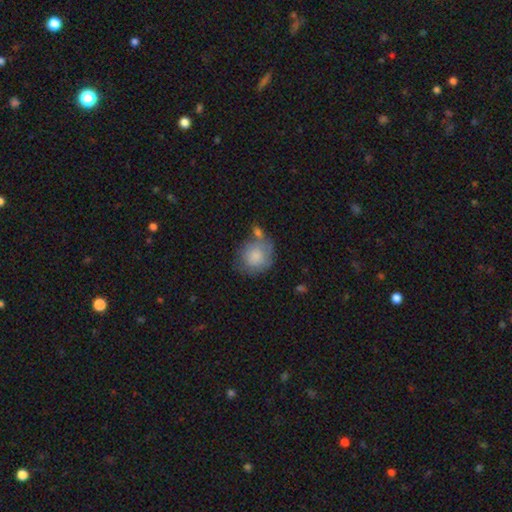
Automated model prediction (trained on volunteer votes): Q: Smooth or featured?
A: smooth (77%); runner-up: featured or disk (17%)
Q: How rounded?
A: round (76%); runner-up: in between (23%)
Q: Merging?
A: none (43%); runner-up: minor disturbance (25%)